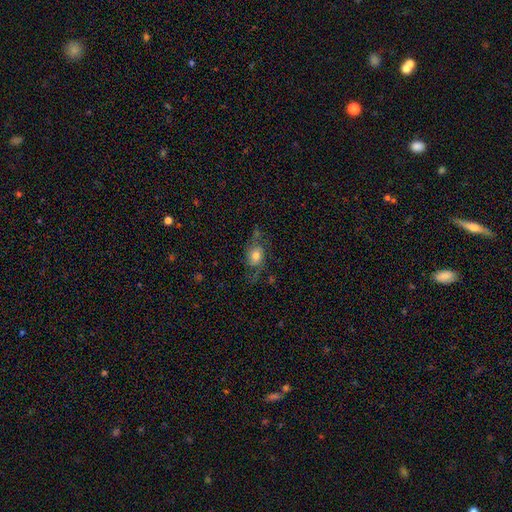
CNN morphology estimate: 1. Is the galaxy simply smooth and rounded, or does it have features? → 48% featured or disk, 41% smooth, 10% star or artifact.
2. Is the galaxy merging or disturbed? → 53% none, 23% minor disturbance, 21% major disturbance, 3% merger.